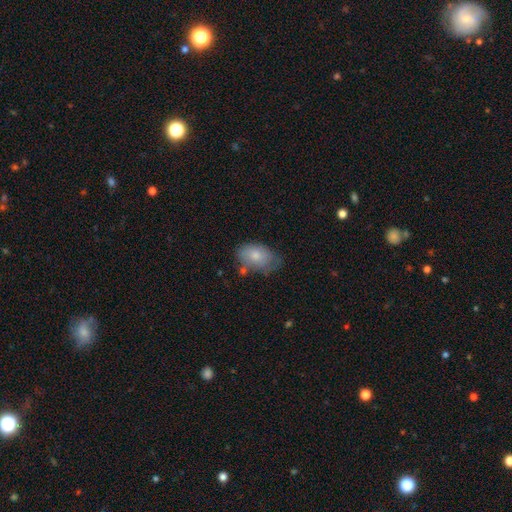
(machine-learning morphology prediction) A smooth galaxy with no disk features (77%) that is in between round and cigar-shaped (89%).

Vote fractions:
- Smooth or featured? smooth: 77% / featured or disk: 16% / star or artifact: 7%
- How rounded? in between: 89% / round: 10% / cigar-shaped: 1%
- Merging? none: 53% / minor disturbance: 32% / major disturbance: 9% / merger: 6%